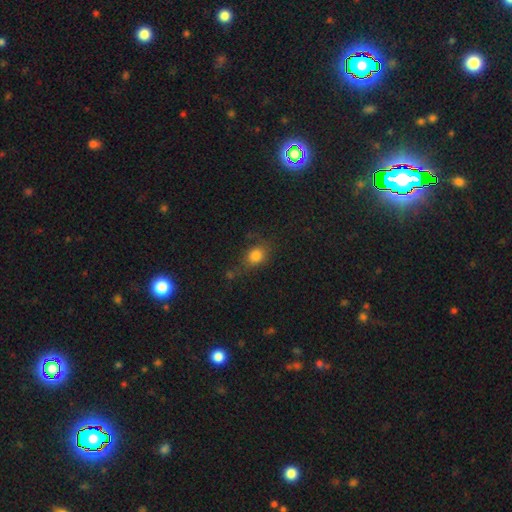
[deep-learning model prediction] smooth-or-featured: smooth: 79% | star or artifact: 12% | featured or disk: 8%
  how-rounded: round: 50% | in between: 48% | cigar-shaped: 2%
  merging: none: 63% | minor disturbance: 22% | major disturbance: 9% | merger: 5%